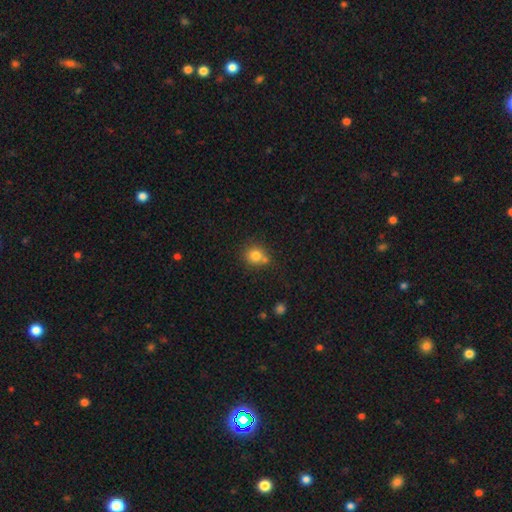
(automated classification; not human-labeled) A smooth galaxy with no disk features (80%) that is round (85%). Merging: none (60%).